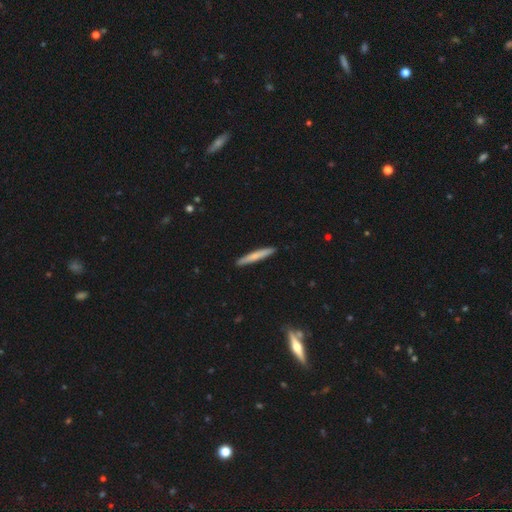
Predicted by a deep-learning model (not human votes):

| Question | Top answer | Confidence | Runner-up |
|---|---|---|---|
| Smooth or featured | smooth | 69% | featured or disk (25%) |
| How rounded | cigar-shaped | 96% | in between (3%) |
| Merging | none | 91% | minor disturbance (7%) |